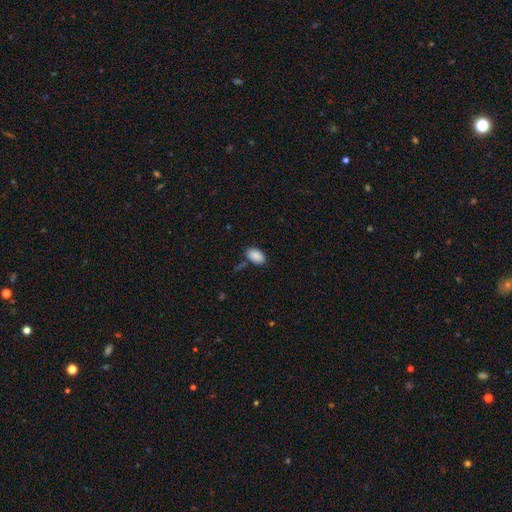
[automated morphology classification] Smooth or featured? Predicted: smooth (p=0.89). How rounded? Predicted: in between (p=0.93). Merging? Predicted: none (p=0.77).